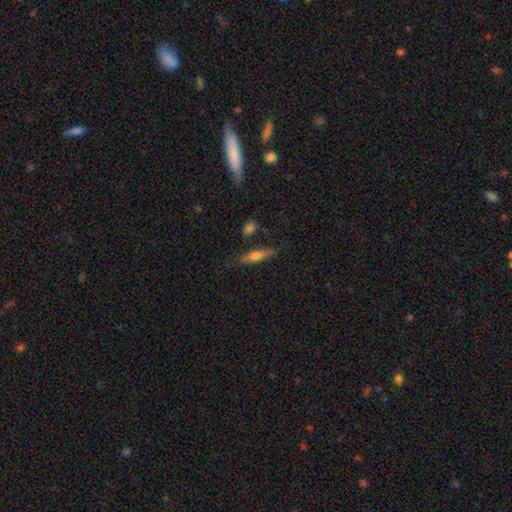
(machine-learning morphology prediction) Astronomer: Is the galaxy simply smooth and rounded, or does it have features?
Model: smooth — 56% (runner-up: featured or disk, 37%).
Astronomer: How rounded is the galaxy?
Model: cigar-shaped — 69%.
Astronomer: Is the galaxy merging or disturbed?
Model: none — 75%.